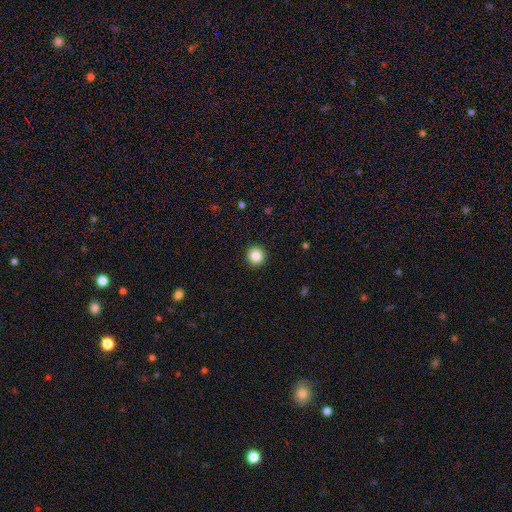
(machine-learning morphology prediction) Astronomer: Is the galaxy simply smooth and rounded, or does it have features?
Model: smooth — 86%.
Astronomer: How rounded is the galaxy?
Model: round — 95%.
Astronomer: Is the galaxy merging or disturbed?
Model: none — 93%.